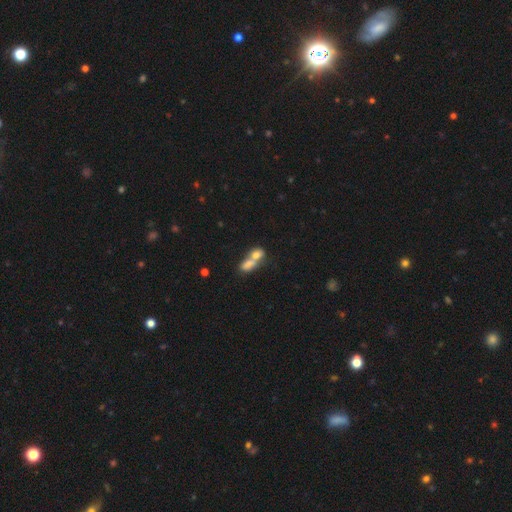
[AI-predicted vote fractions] A smooth galaxy with no disk features (74%) that is in between round and cigar-shaped (69%).

Vote fractions:
- Smooth or featured? smooth: 74% / featured or disk: 17% / star or artifact: 9%
- How rounded? in between: 69% / round: 21% / cigar-shaped: 10%
- Merging? merger: 73% / none: 17% / minor disturbance: 6% / major disturbance: 4%